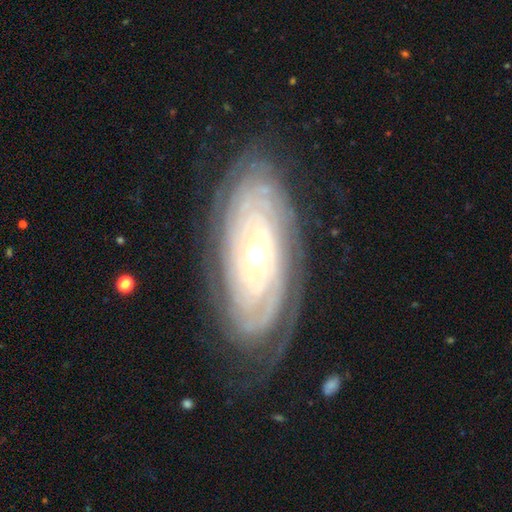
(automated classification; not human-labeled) Smooth or featured? Predicted: featured or disk (p=0.88). Edge-on disk? Predicted: no (p=0.91). Bar? Predicted: no (p=0.74). Spiral arms? Predicted: yes (p=0.95). Spiral winding? Predicted: tight (p=0.87). Spiral arm count? Predicted: can't tell (p=0.40). Bulge size? Predicted: moderate (p=0.62). Merging? Predicted: none (p=0.79).